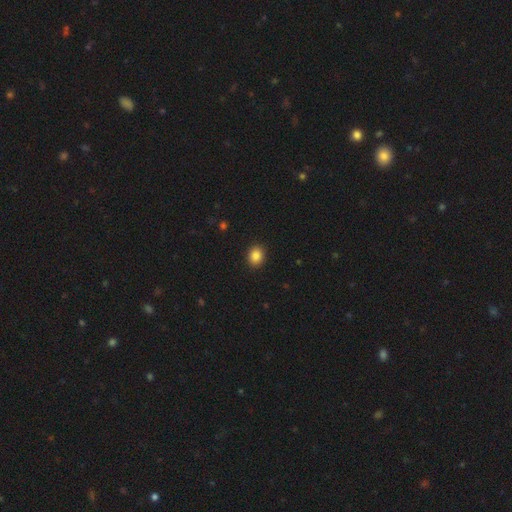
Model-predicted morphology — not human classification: Smooth or featured? Predicted: smooth (p=0.86). How rounded? Predicted: round (p=0.59). Merging? Predicted: none (p=0.91).